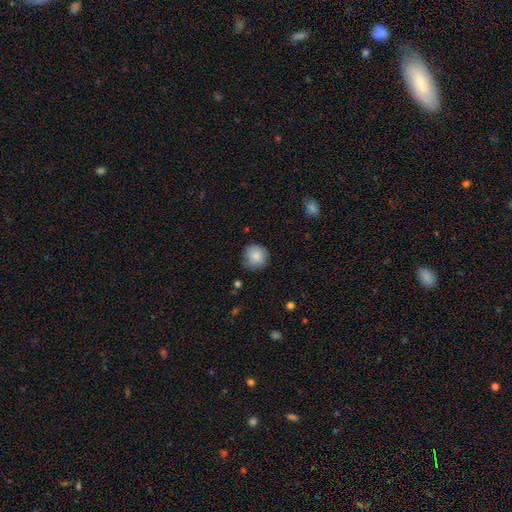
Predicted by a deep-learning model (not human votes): Overall: smooth (86%). How rounded: round (93%). Merging: none (83%).